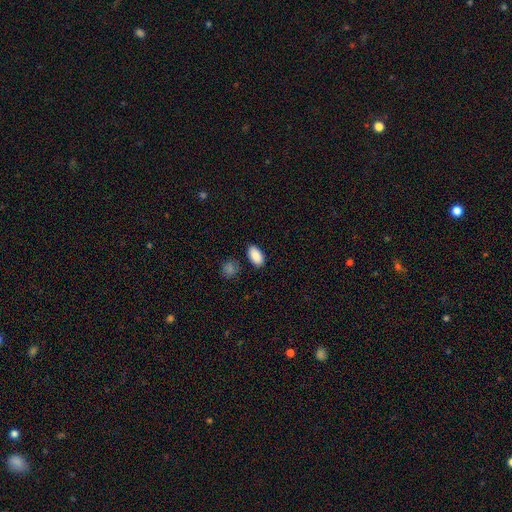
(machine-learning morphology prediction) Q: Smooth or featured?
A: smooth (89%); runner-up: star or artifact (7%)
Q: How rounded?
A: in between (93%); runner-up: round (4%)
Q: Merging?
A: none (83%); runner-up: minor disturbance (11%)